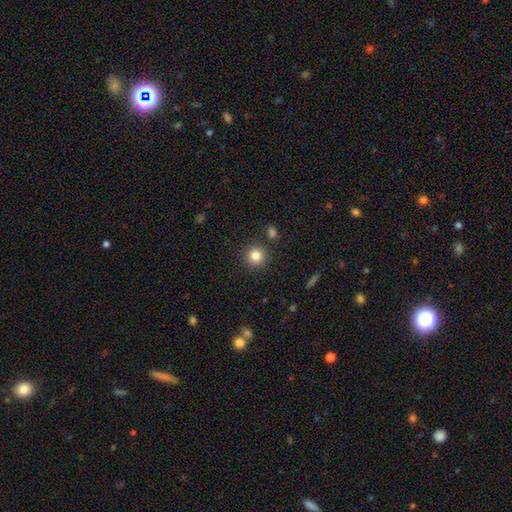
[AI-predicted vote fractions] This appears to be a smooth galaxy with no disk features (83%) that is round (94%). Merging: none (87%).